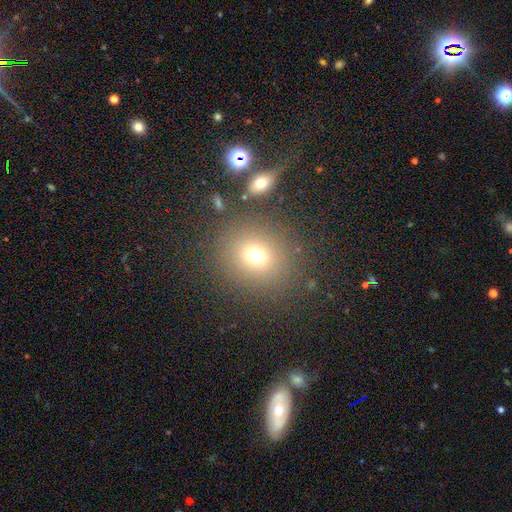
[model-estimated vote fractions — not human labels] This appears to be a smooth galaxy with no disk features (71%) that is round (80%). Merging: none (79%).